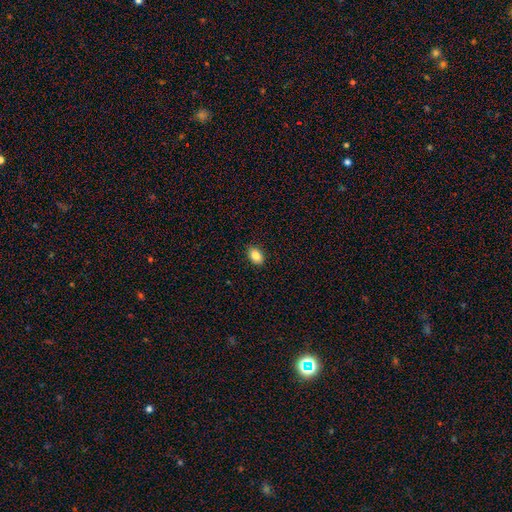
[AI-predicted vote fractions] A smooth galaxy with no disk features (84%) that is in between round and cigar-shaped (83%).

Vote fractions:
- Smooth or featured? smooth: 84% / star or artifact: 9% / featured or disk: 7%
- How rounded? in between: 83% / round: 16% / cigar-shaped: 1%
- Merging? none: 89% / minor disturbance: 8% / major disturbance: 2% / merger: 1%